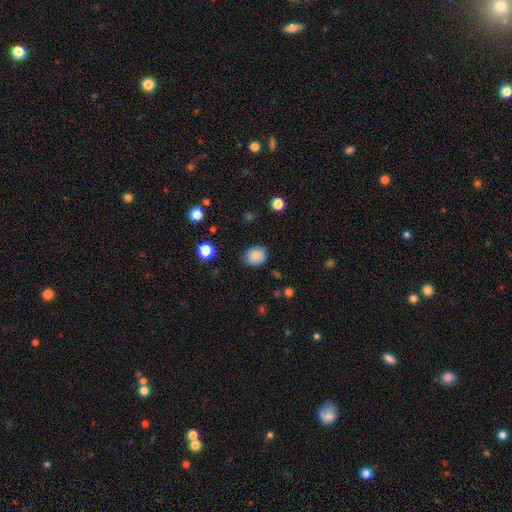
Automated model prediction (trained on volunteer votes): A smooth galaxy with no disk features (83%) that is round (67%).

Vote fractions:
- Smooth or featured? smooth: 83% / star or artifact: 9% / featured or disk: 7%
- How rounded? round: 67% / in between: 33% / cigar-shaped: 1%
- Merging? none: 79% / minor disturbance: 16% / major disturbance: 3% / merger: 1%